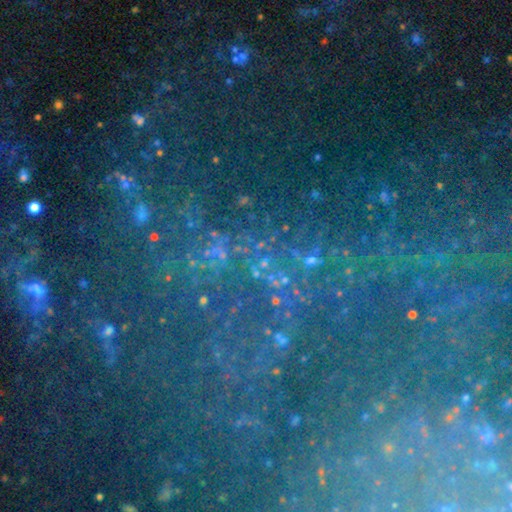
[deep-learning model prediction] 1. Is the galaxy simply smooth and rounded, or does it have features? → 78% star or artifact, 12% smooth, 10% featured or disk.